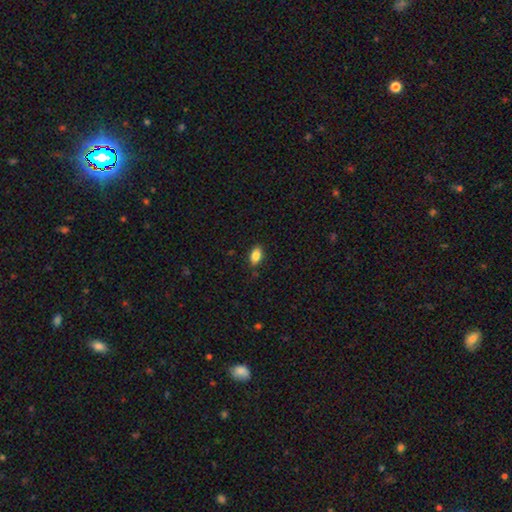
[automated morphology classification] smooth_or_featured: smooth (p=0.84) [alt: star or artifact p=0.09]
how_rounded: in between (p=0.89) [alt: round p=0.07]
merging: none (p=0.85) [alt: minor disturbance p=0.11]